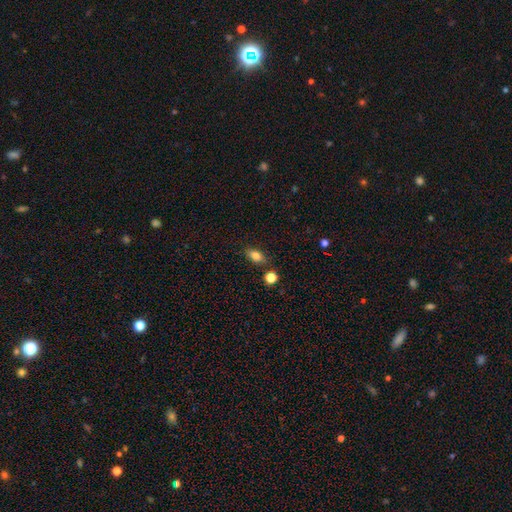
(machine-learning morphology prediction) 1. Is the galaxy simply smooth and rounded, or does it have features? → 80% smooth, 10% featured or disk, 10% star or artifact.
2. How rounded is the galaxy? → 82% in between, 12% round, 7% cigar-shaped.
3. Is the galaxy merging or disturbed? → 81% none, 11% minor disturbance, 5% merger, 3% major disturbance.